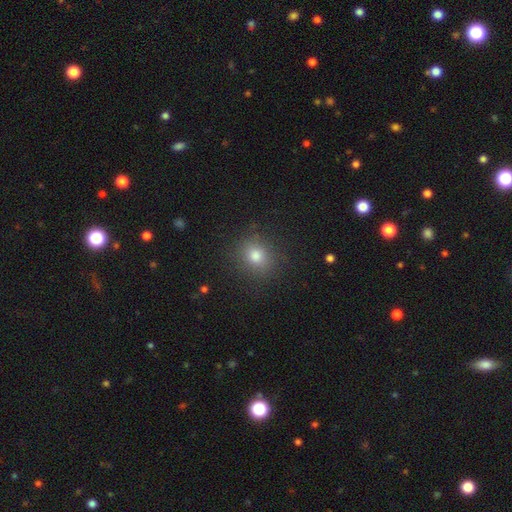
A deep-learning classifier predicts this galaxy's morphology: The model was most divided on "how rounded": round: 78%, in between: 21%, cigar-shaped: 1%. More confident: merging — none (87%); smooth or featured — smooth (79%).